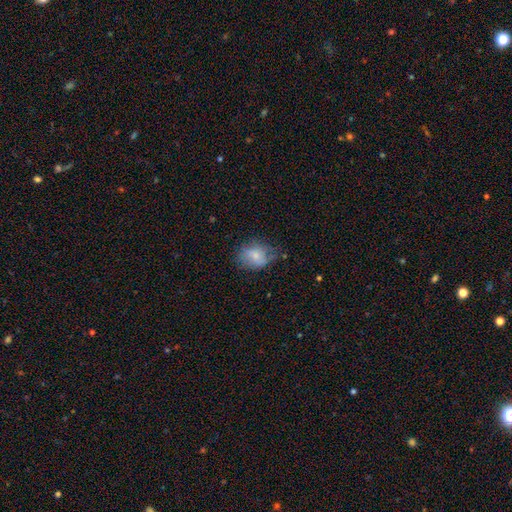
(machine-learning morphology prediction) The model was most divided on "how rounded": in between: 55%, round: 44%, cigar-shaped: 1%. More confident: smooth or featured — smooth (68%); merging — none (53%).